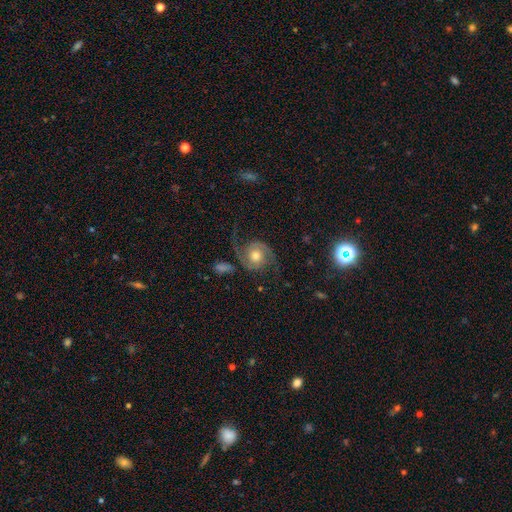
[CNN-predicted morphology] This appears to be a featured or disk galaxy (85%) with no bar (75%), 2 (93%) medium (50%) spiral arms (97%) and a moderate central bulge (72%). Merging: none (70%).